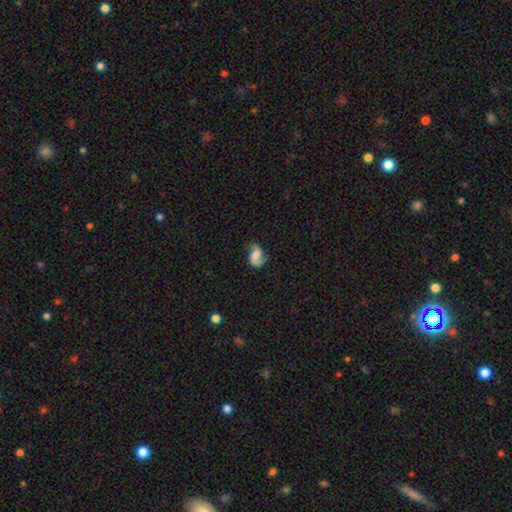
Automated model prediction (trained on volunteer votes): Smooth or featured: featured or disk — 80% (smooth — 14%)
Edge-on disk: no — 98% (yes — 2%)
Bar: weak — 43% (no — 42%)
Spiral arms: yes — 96% (no — 4%)
Spiral winding: loose — 50% (medium — 39%)
Spiral arm count: 2 — 89% (1 — 6%)
Bulge size: moderate — 31% (none — 27%)
Merging: none — 68% (minor disturbance — 19%)